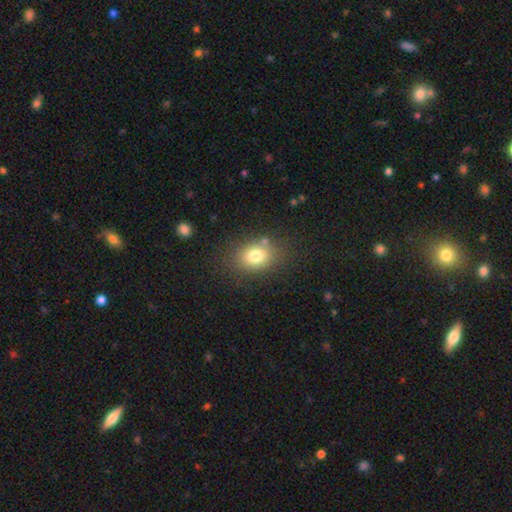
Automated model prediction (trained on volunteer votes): Smooth or featured? smooth (77%)
How rounded? in between (60%)
Merging? none (78%)